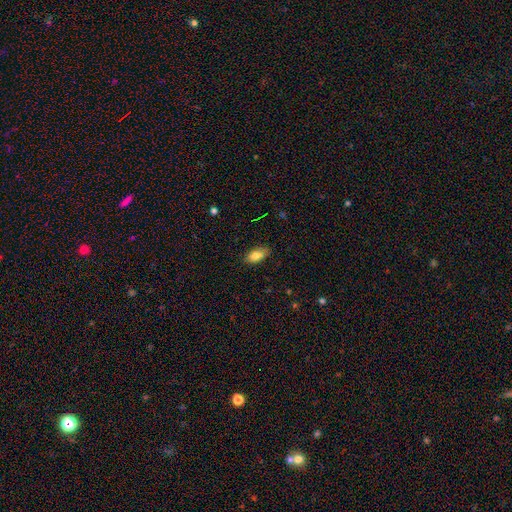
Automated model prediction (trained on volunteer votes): Smooth or featured? smooth (82%)
How rounded? in between (90%)
Merging? none (84%)